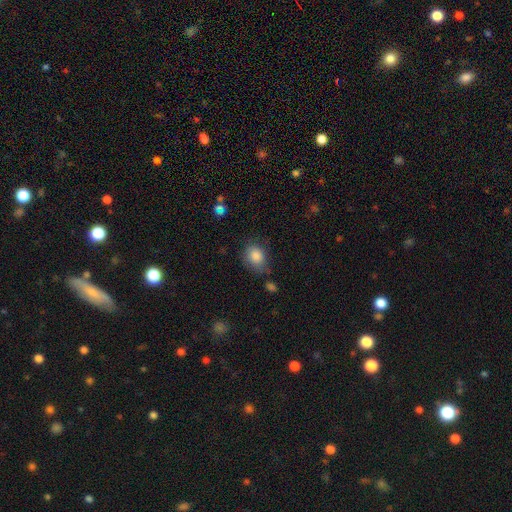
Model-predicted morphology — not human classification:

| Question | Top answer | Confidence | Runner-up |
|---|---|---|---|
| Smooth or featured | smooth | 85% | star or artifact (8%) |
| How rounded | in between | 59% | round (39%) |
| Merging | none | 61% | minor disturbance (27%) |